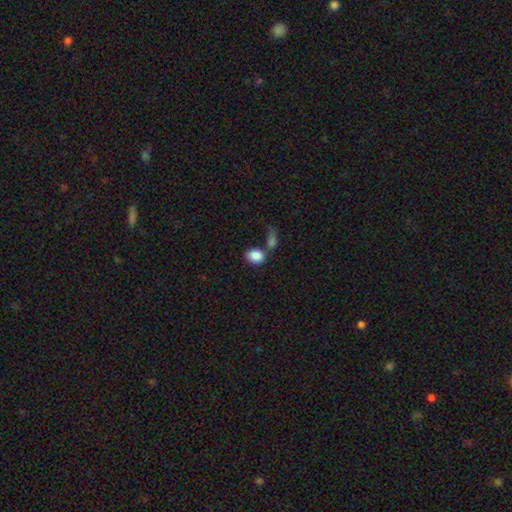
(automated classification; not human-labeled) A smooth galaxy with no disk features (86%) that is in between round and cigar-shaped (66%). Merging: none (44%).